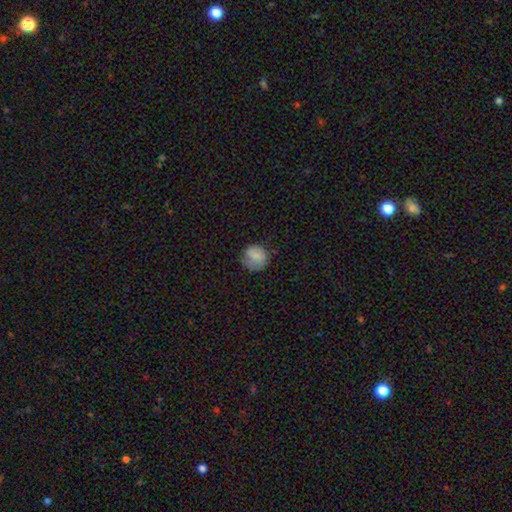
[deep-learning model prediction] smooth 76%, featured or disk 16%, star or artifact 8%. Down the decision tree: how rounded — round (79%); merging — none (60%).